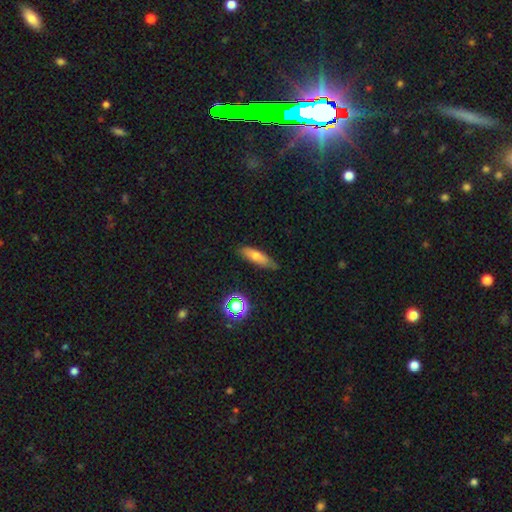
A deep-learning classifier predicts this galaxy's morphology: smooth-or-featured: smooth: 66% | featured or disk: 24% | star or artifact: 10%
  how-rounded: cigar-shaped: 54% | in between: 42% | round: 3%
  merging: none: 72% | minor disturbance: 22% | major disturbance: 4% | merger: 2%